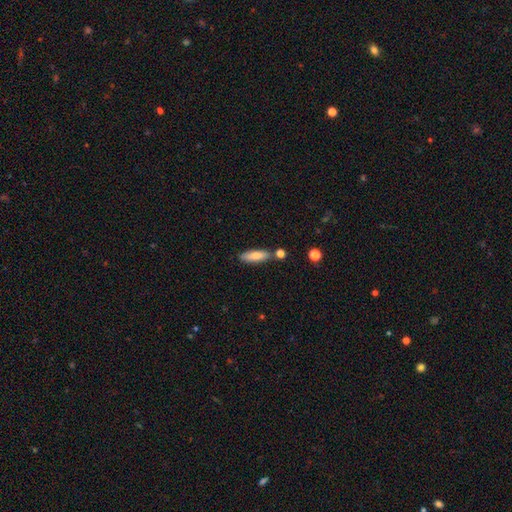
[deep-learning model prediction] This is likely a smooth galaxy (77%). How rounded: possibly cigar-shaped (58%). Merging: likely none (76%).